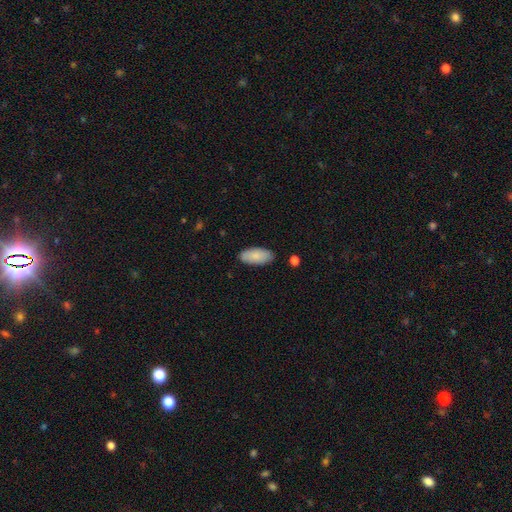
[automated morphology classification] This is clearly a smooth galaxy (86%). How rounded: clearly in between (93%). Merging: clearly none (85%).